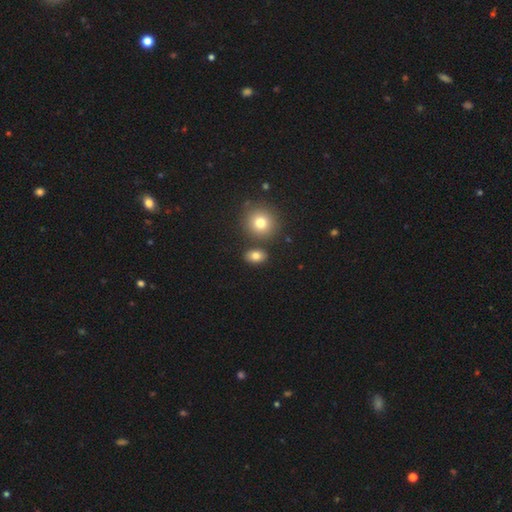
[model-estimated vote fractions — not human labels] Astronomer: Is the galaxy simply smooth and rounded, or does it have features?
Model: smooth — 80%.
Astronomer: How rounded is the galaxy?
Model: in between — 70%.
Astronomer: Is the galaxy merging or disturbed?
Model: none — 79%.